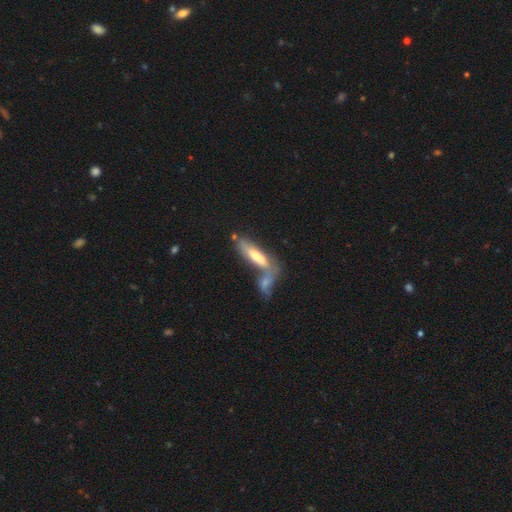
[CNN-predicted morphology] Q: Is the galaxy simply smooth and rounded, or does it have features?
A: smooth — 53%.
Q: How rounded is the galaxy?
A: cigar-shaped — 59%.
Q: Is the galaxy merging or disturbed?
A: merger — 52%.